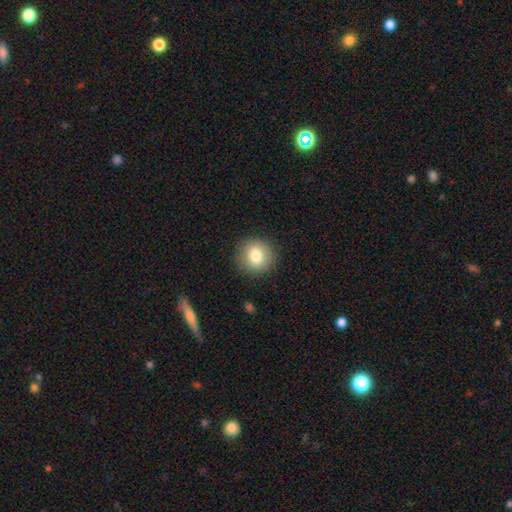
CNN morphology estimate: Smooth or featured? smooth (80%)
How rounded? round (92%)
Merging? none (90%)